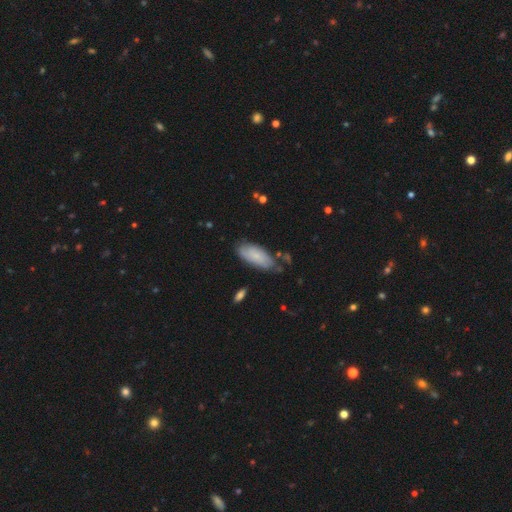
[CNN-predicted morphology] Smooth or featured? smooth (61%)
How rounded? in between (86%)
Merging? none (68%)